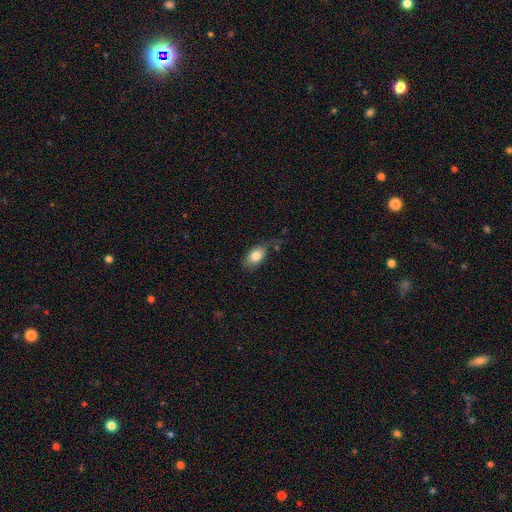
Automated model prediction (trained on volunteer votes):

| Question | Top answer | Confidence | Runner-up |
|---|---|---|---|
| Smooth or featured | smooth | 80% | featured or disk (12%) |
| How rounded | in between | 89% | round (8%) |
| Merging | none | 70% | minor disturbance (22%) |